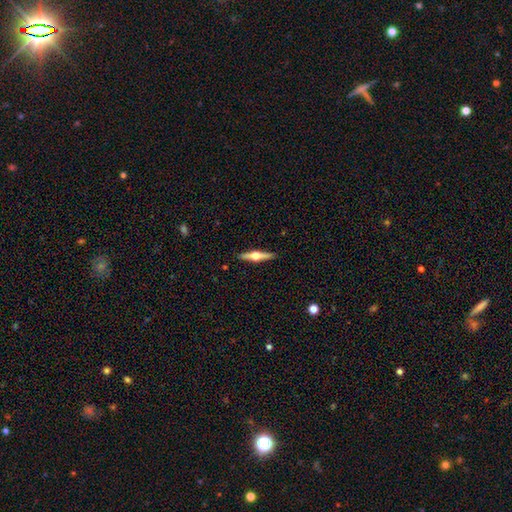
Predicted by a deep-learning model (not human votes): Smooth or featured: featured or disk — 69% (smooth — 26%)
Edge-on disk: yes — 97% (no — 3%)
Edge-on bulge: rounded — 96% (boxy — 2%)
Merging: none — 91% (minor disturbance — 6%)